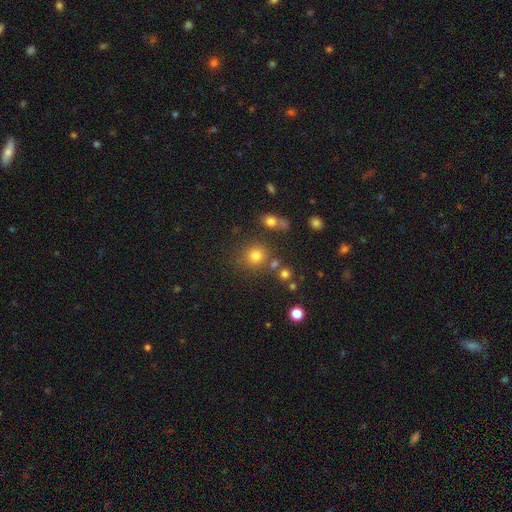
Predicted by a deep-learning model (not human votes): A smooth galaxy with no disk features (77%) that is round (88%).

Vote fractions:
- Smooth or featured? smooth: 77% / star or artifact: 16% / featured or disk: 7%
- How rounded? round: 88% / in between: 11% / cigar-shaped: 1%
- Merging? none: 74% / merger: 11% / minor disturbance: 10% / major disturbance: 5%